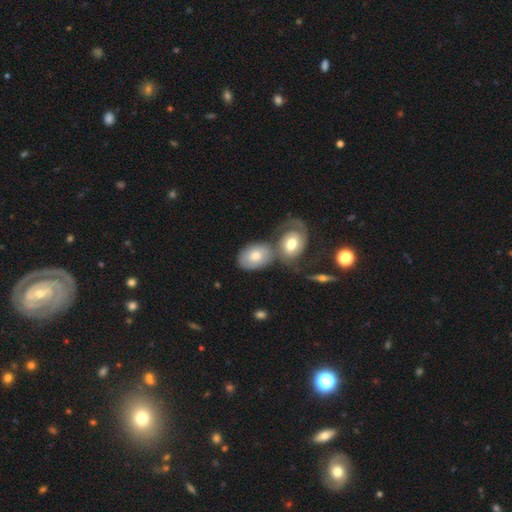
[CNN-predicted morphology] A smooth galaxy with no disk features (56%) that is in between round and cigar-shaped (73%).

Vote fractions:
- Smooth or featured? smooth: 56% / featured or disk: 36% / star or artifact: 8%
- How rounded? in between: 73% / round: 26% / cigar-shaped: 2%
- Merging? merger: 46% / none: 35% / minor disturbance: 12% / major disturbance: 8%